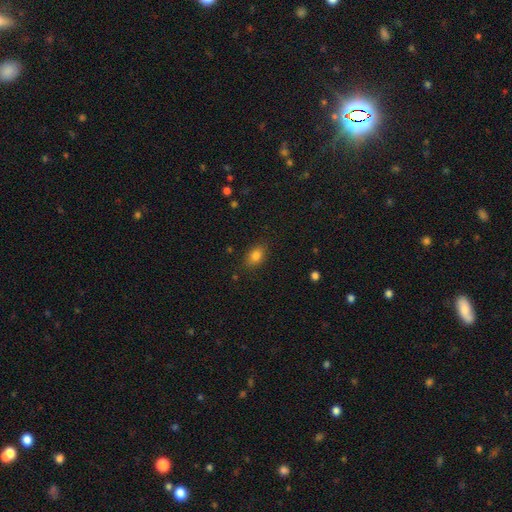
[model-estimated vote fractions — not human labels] smooth 83%, star or artifact 10%, featured or disk 7%. Down the decision tree: how rounded — in between (78%); merging — none (83%).